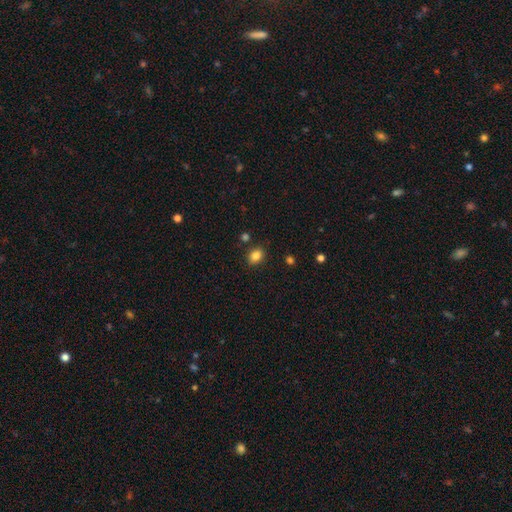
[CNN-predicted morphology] A smooth galaxy with no disk features (84%) that is in between round and cigar-shaped (59%). Merging: none (84%).